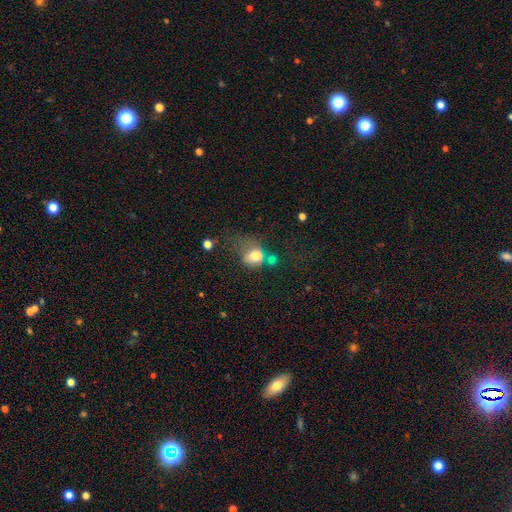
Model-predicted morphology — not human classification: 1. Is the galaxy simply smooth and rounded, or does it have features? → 71% smooth, 18% featured or disk, 11% star or artifact.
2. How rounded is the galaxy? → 56% round, 43% in between, 1% cigar-shaped.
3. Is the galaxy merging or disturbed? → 35% major disturbance, 24% merger, 21% minor disturbance, 20% none.